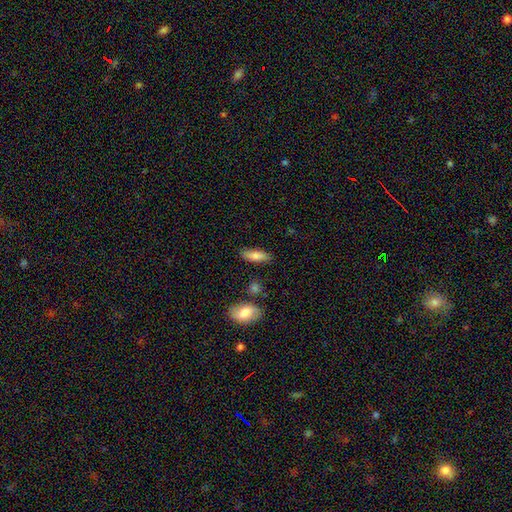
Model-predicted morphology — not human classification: Overall: smooth (81%). How rounded: in between (68%; cigar-shaped 30%). Merging: none (81%).